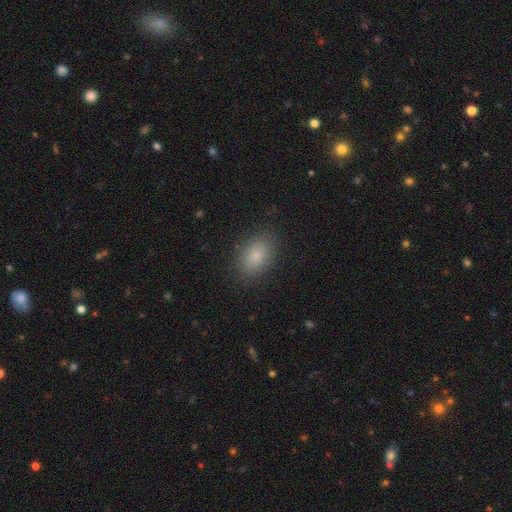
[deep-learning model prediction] Smooth or featured? Predicted: smooth (p=0.83). How rounded? Predicted: in between (p=0.86). Merging? Predicted: none (p=0.86).